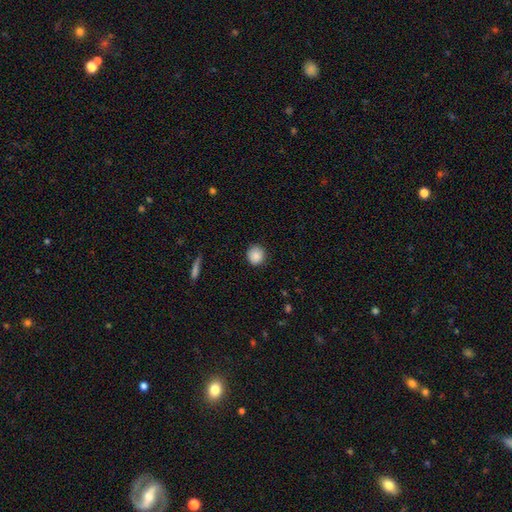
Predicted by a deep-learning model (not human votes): Smooth or featured?
  - smooth: 88% *
  - star or artifact: 8%
  - featured or disk: 4%
How rounded?
  - round: 91% *
  - in between: 8%
  - cigar-shaped: 1%
Merging?
  - none: 89% *
  - minor disturbance: 8%
  - major disturbance: 2%
  - merger: 1%